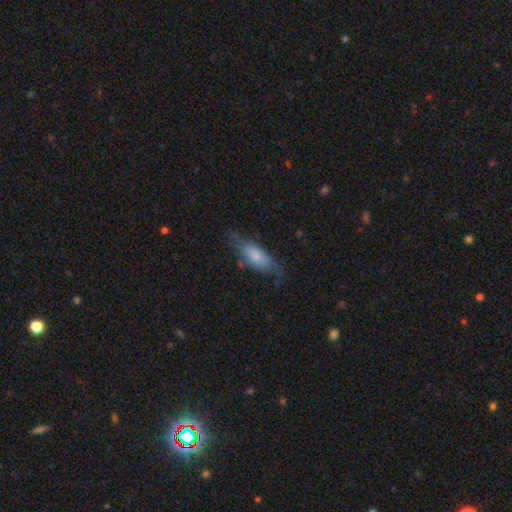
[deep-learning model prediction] This appears to be a smooth galaxy with no disk features (58%) that is in between round and cigar-shaped (62%). Merging: none (56%).